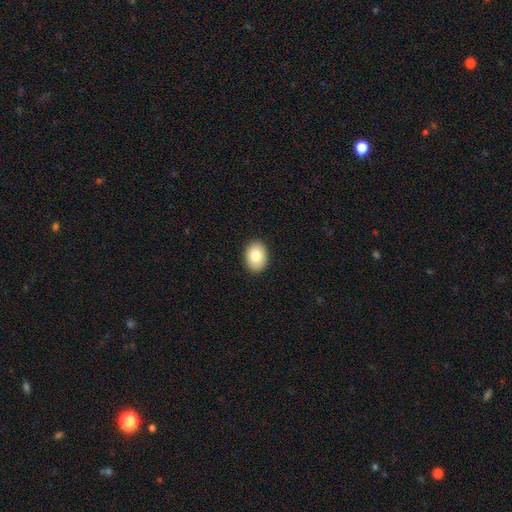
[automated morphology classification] Smooth or featured: smooth — 82% (featured or disk — 10%)
How rounded: in between — 74% (round — 25%)
Merging: none — 90% (minor disturbance — 7%)